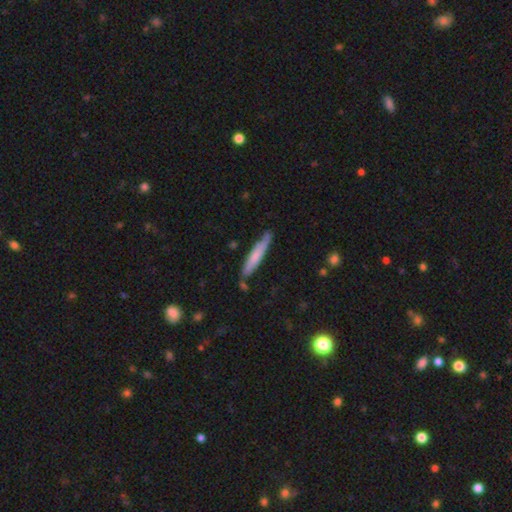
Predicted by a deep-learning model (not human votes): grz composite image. It shows a smooth galaxy with no disk features (65%) that is cigar-shaped (92%). Merging: none (76%).